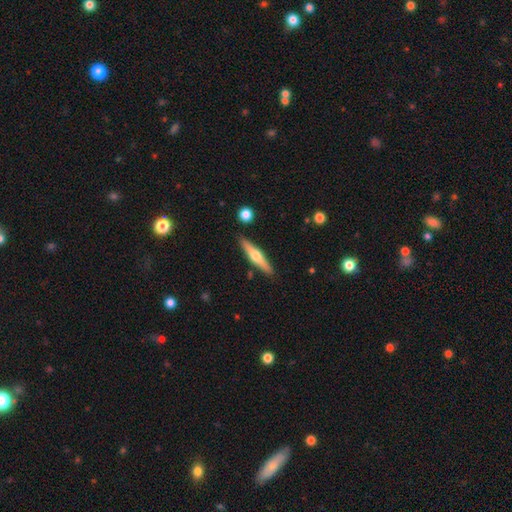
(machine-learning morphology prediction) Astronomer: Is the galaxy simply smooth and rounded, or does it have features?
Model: featured or disk — 55% (runner-up: smooth, 40%).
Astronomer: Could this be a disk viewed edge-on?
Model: yes — 94%.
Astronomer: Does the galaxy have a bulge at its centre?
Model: rounded — 92%.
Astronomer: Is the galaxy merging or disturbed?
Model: none — 88%.